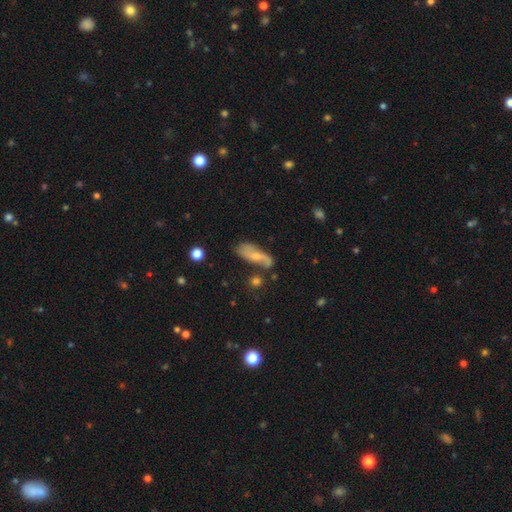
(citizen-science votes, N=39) Smooth or featured: featured or disk — 69% (smooth — 28%)
Edge-on disk: no — 93% (yes — 7%)
Bar: no — 52% (weak — 32%)
Spiral arms: yes — 76% (no — 24%)
Spiral winding: loose — 68% (medium — 21%)
Spiral arm count: 2 — 95% (can't tell — 5%)
Bulge size: small — 48% (moderate — 40%)
Merging: none — 45% (minor disturbance — 29%)